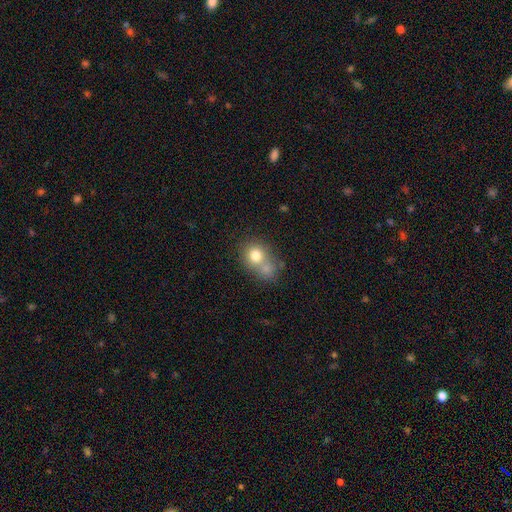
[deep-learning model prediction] Morphology: type=smooth (76%); roundness=round (71%); merging=merger (47%).